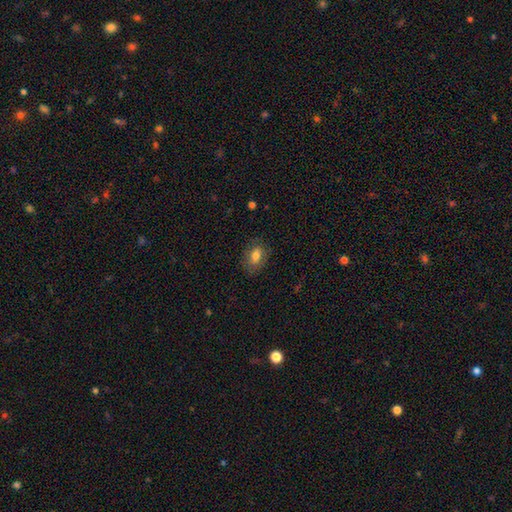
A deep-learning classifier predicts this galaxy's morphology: The model was most divided on "smooth or featured": smooth: 75%, featured or disk: 16%, star or artifact: 9%. More confident: how rounded — in between (81%); merging — none (80%).